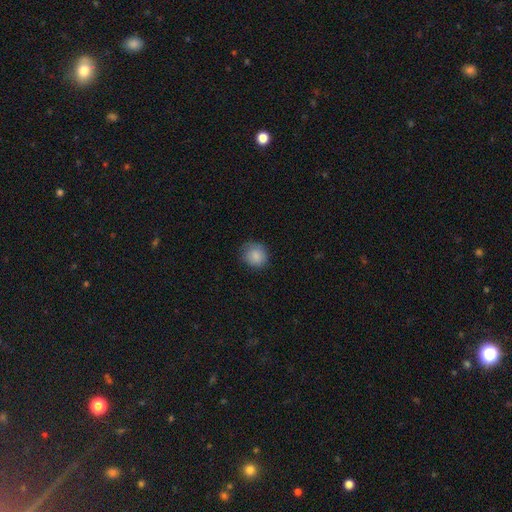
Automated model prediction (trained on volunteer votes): smooth 87%, star or artifact 8%, featured or disk 5%. Down the decision tree: how rounded — round (83%); merging — none (76%).